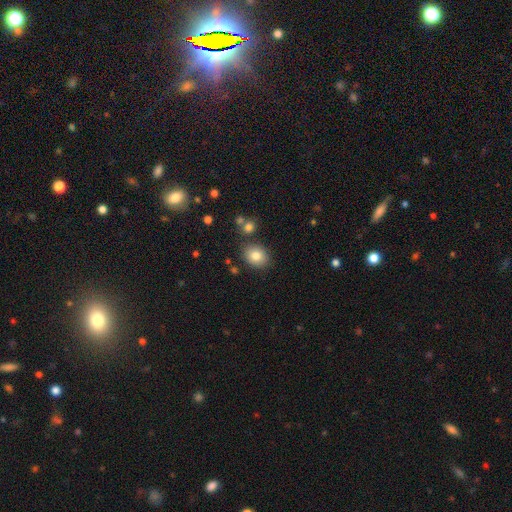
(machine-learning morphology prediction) This is clearly a smooth galaxy (81%). How rounded: possibly round (55%). Merging: clearly none (82%).